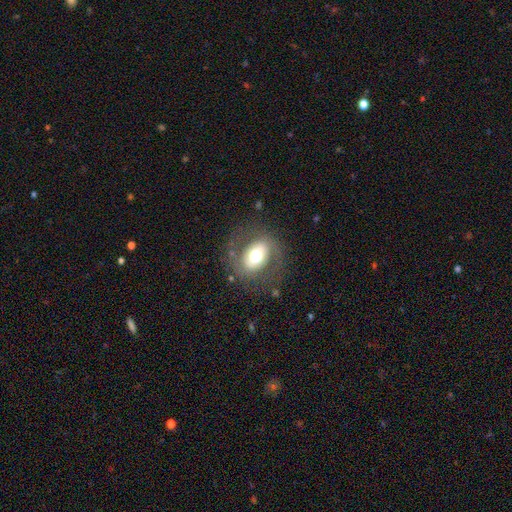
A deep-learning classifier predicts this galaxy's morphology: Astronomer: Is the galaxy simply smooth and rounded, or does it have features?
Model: featured or disk — 48% (runner-up: smooth, 43%).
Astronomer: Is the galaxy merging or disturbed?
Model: none — 73%.